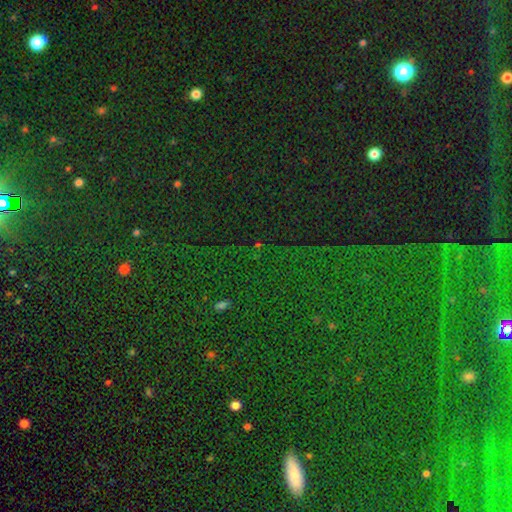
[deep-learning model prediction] Smooth or featured?
  - star or artifact: 82% *
  - smooth: 10%
  - featured or disk: 8%